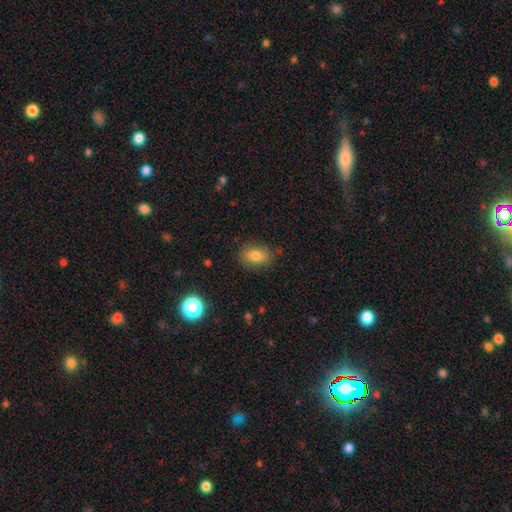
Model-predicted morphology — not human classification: This is likely a smooth galaxy (78%). How rounded: likely in between (72%). Merging: clearly none (81%).